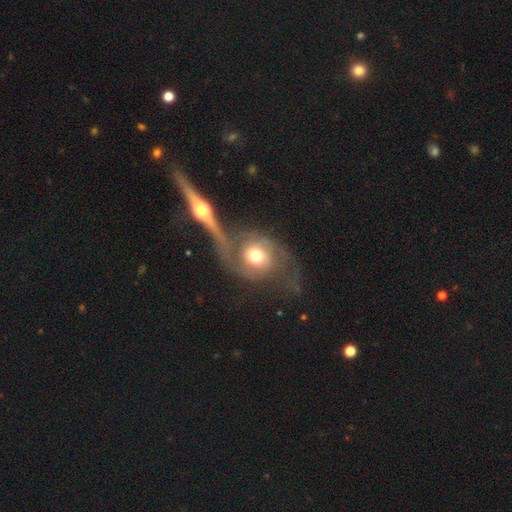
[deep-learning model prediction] Smooth or featured? featured or disk (68%)
Edge-on disk? no (92%)
Bar? no (72%)
Spiral arms? yes (79%)
Bulge size? moderate (54%)
Merging? merger (50%)